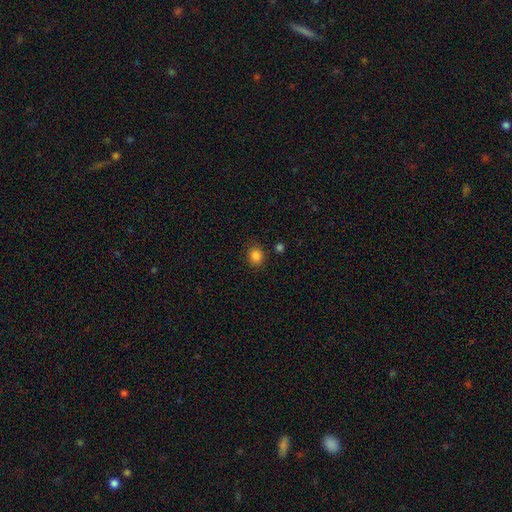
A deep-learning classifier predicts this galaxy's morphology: smooth 84%, star or artifact 12%, featured or disk 4%. Down the decision tree: how rounded — round (72%); merging — none (83%).